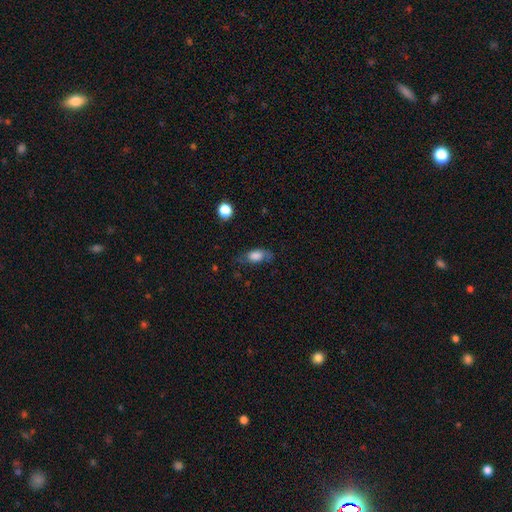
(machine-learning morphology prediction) smooth 72%, featured or disk 19%, star or artifact 9%. Down the decision tree: how rounded — in between (83%); merging — none (61%).